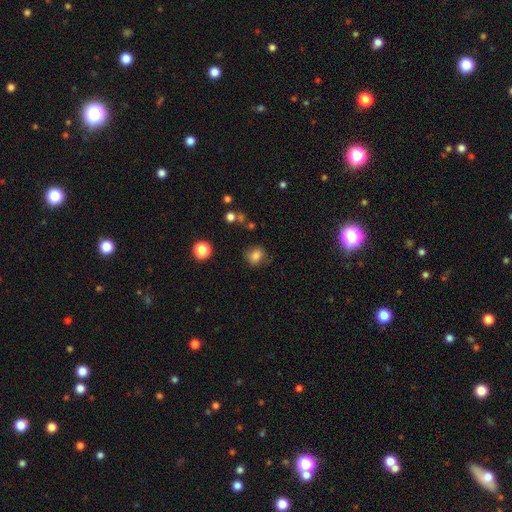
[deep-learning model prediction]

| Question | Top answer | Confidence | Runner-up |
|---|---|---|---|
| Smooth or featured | smooth | 80% | star or artifact (12%) |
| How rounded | round | 65% | in between (34%) |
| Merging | none | 73% | minor disturbance (18%) |